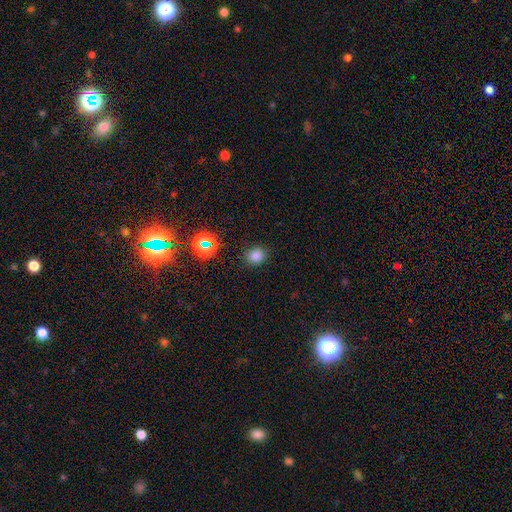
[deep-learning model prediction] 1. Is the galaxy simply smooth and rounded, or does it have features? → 78% smooth, 18% star or artifact, 4% featured or disk.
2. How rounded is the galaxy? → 74% round, 25% in between, 1% cigar-shaped.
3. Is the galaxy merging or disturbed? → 85% none, 10% minor disturbance, 3% major disturbance, 2% merger.